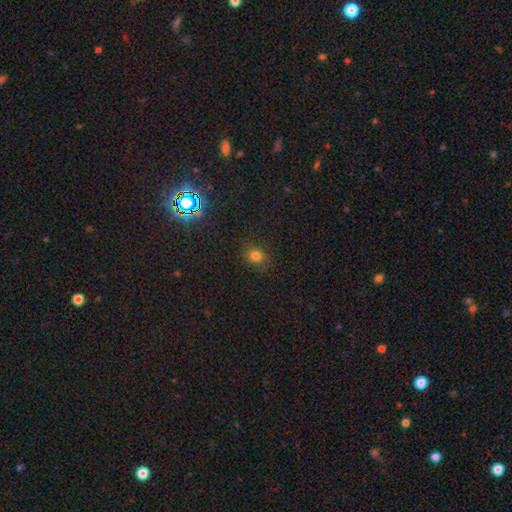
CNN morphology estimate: A smooth galaxy with no disk features (73%) that is round (66%). Merging: none (78%).